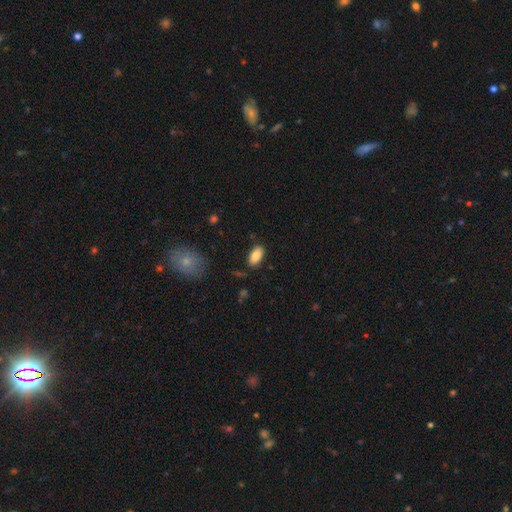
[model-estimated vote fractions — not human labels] Smooth or featured? Predicted: smooth (p=0.86). How rounded? Predicted: in between (p=0.93). Merging? Predicted: none (p=0.82).